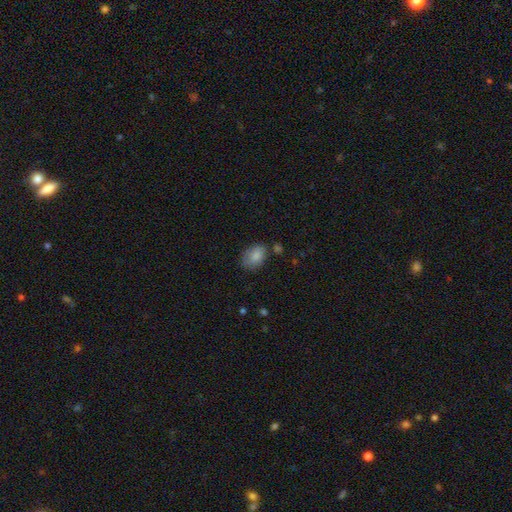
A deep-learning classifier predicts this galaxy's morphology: Smooth or featured? smooth (83%)
How rounded? in between (81%)
Merging? none (66%)